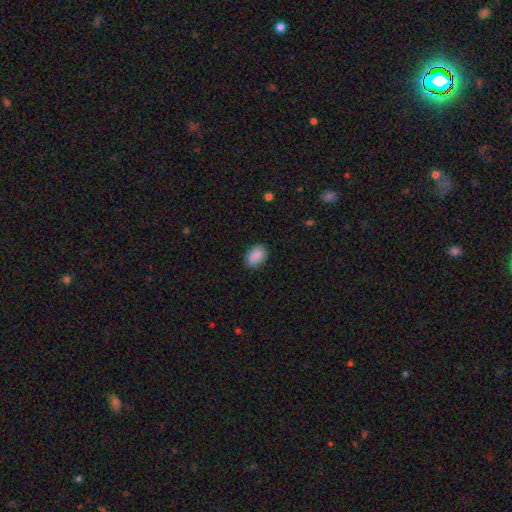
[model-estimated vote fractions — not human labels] This is clearly a smooth galaxy (89%). How rounded: clearly in between (84%). Merging: clearly none (82%).